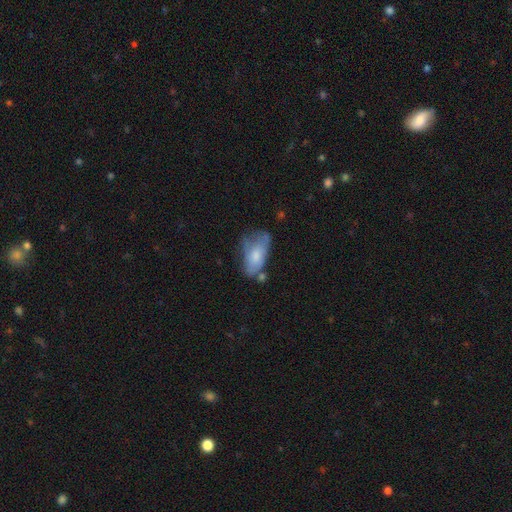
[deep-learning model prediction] The model was most divided on "merging" (2-way tie): minor disturbance: 34%, none: 34%, major disturbance: 21%, merger: 11%. More confident: how rounded — in between (90%); smooth or featured — smooth (65%).